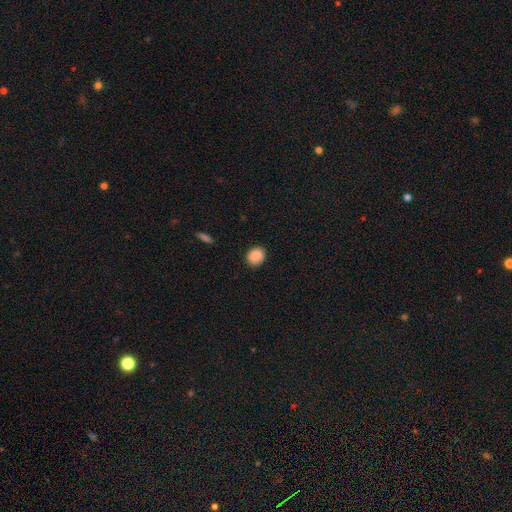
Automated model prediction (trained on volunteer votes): smooth_or_featured: smooth (p=0.88) [alt: star or artifact p=0.08]
how_rounded: round (p=0.65) [alt: in between p=0.34]
merging: none (p=0.85) [alt: minor disturbance p=0.12]